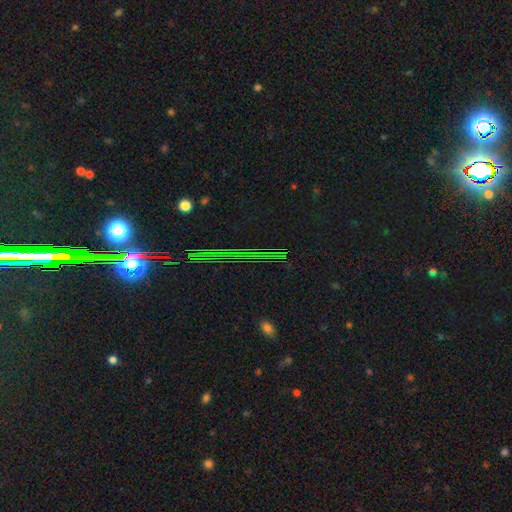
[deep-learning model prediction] smooth-or-featured: star or artifact: 78% | smooth: 11% | featured or disk: 11%